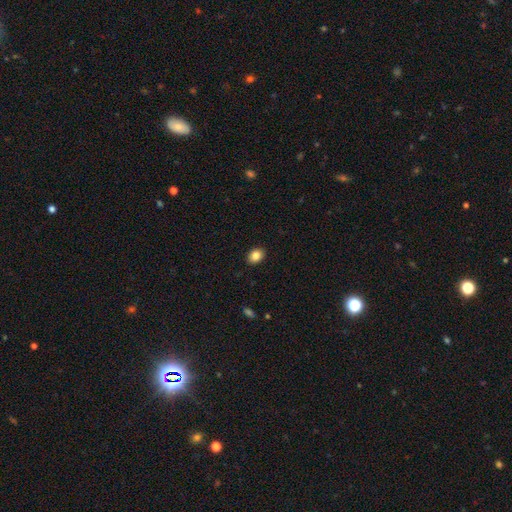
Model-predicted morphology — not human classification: A smooth galaxy with no disk features (86%) that is in between round and cigar-shaped (68%). Merging: none (90%).